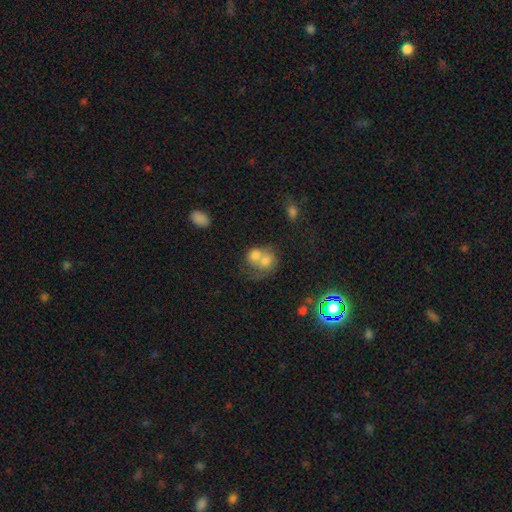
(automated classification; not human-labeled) The model was most divided on "how rounded": round: 61%, in between: 38%, cigar-shaped: 1%. More confident: merging — merger (72%); smooth or featured — smooth (67%).